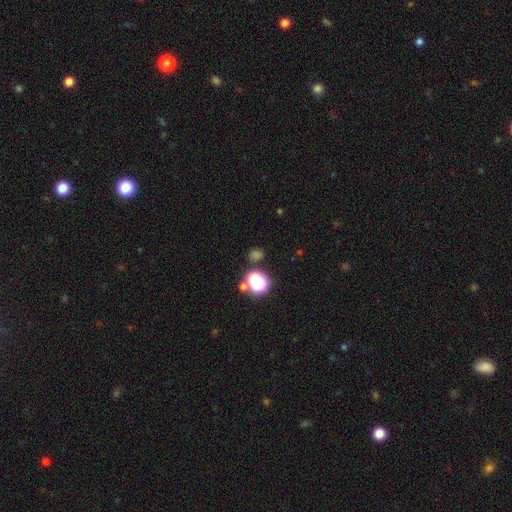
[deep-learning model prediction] star or artifact 46% (tied), smooth 46% (tied), featured or disk 8%.